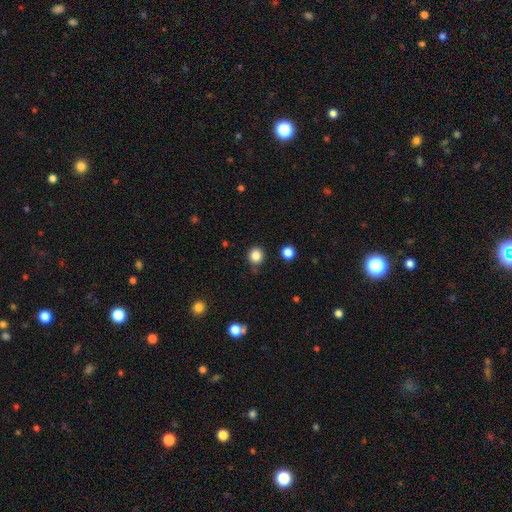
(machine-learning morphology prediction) smooth-or-featured: smooth: 84% | star or artifact: 12% | featured or disk: 4%
  how-rounded: round: 89% | in between: 10% | cigar-shaped: 1%
  merging: none: 87% | minor disturbance: 8% | merger: 3% | major disturbance: 2%